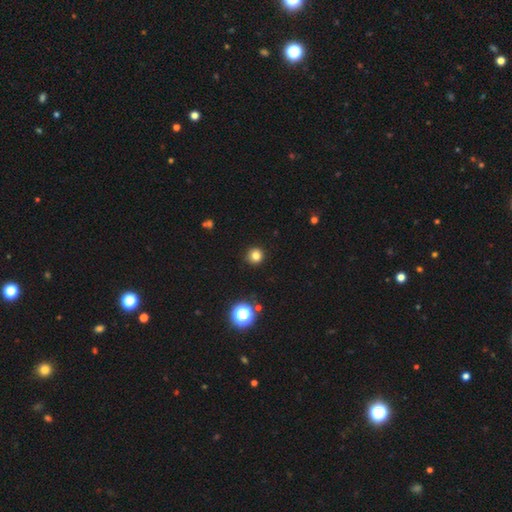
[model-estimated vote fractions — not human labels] Smooth or featured? smooth (81%)
How rounded? round (95%)
Merging? none (92%)